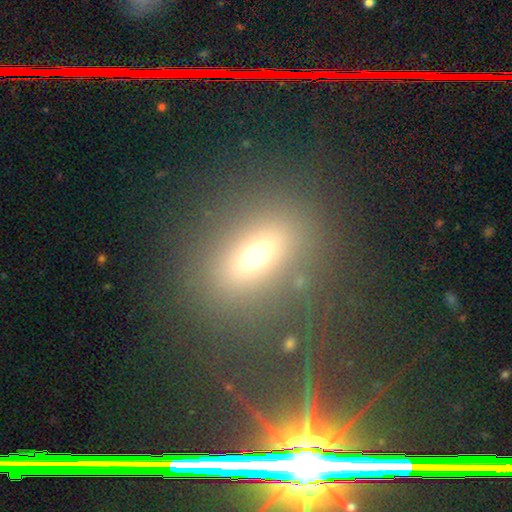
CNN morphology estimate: Smooth or featured?
  - smooth: 53% *
  - star or artifact: 31%
  - featured or disk: 16%
How rounded?
  - in between: 61% *
  - round: 30%
  - cigar-shaped: 9%
Merging?
  - none: 84% *
  - minor disturbance: 8%
  - major disturbance: 5%
  - merger: 3%